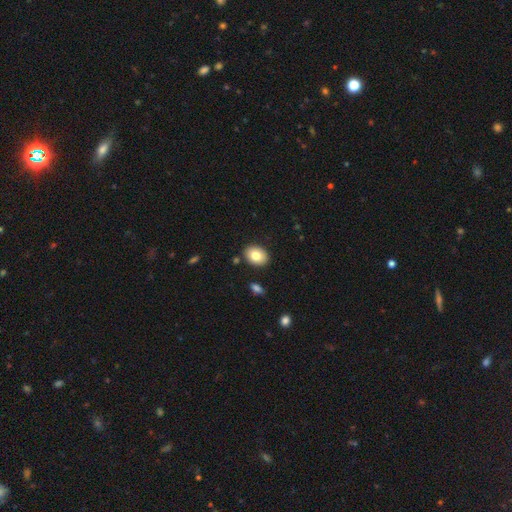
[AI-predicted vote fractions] smooth 80%, featured or disk 12%, star or artifact 8%. Down the decision tree: how rounded — in between (71%); merging — none (87%).